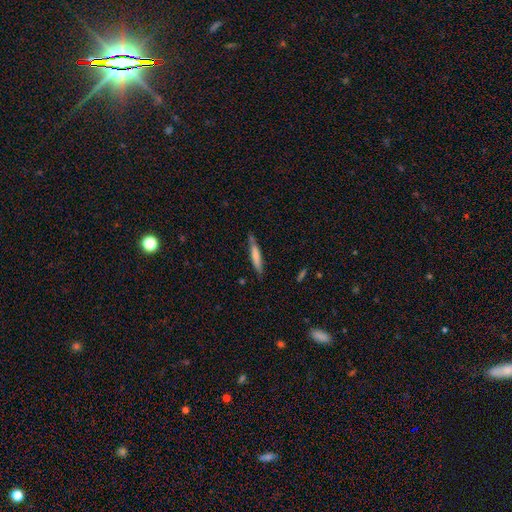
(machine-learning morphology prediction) This is likely a smooth galaxy (64%). How rounded: clearly cigar-shaped (90%). Merging: likely none (78%).